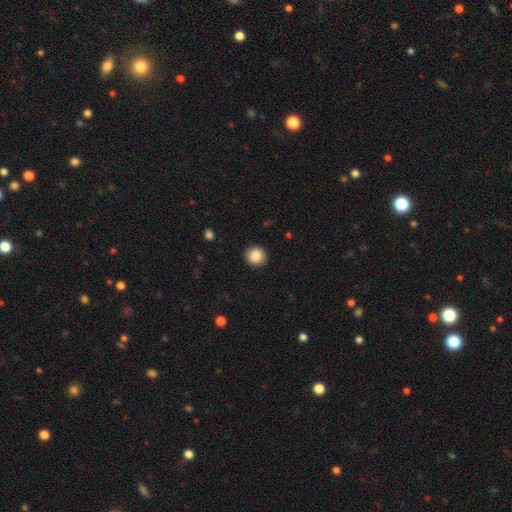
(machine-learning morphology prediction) type=smooth (88%); roundness=round (91%); merging=none (91%).